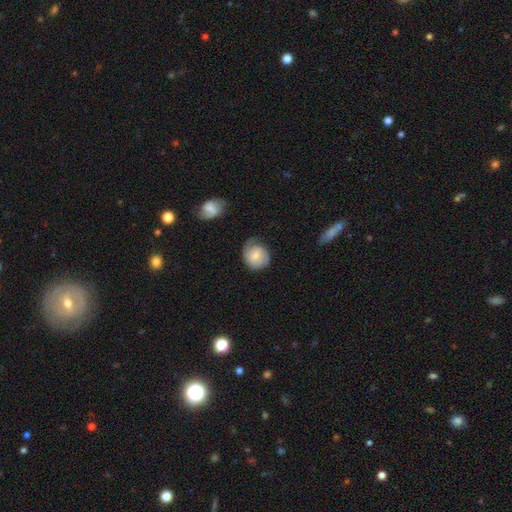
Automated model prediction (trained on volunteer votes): Smooth or featured? smooth (56%)
How rounded? round (73%)
Merging? none (57%)